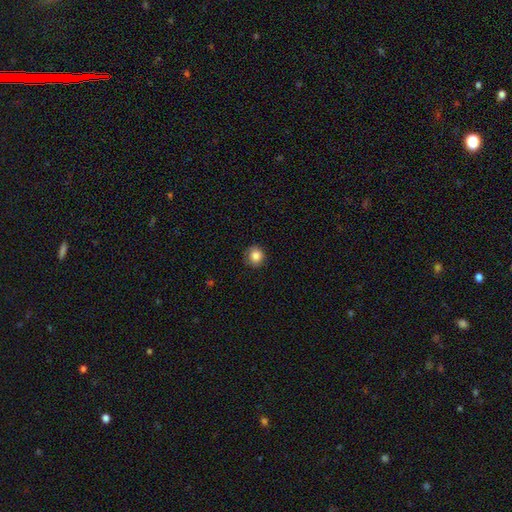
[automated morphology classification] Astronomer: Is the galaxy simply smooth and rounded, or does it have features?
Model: smooth — 84%.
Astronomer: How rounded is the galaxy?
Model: round — 90%.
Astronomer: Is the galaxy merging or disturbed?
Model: none — 81%.